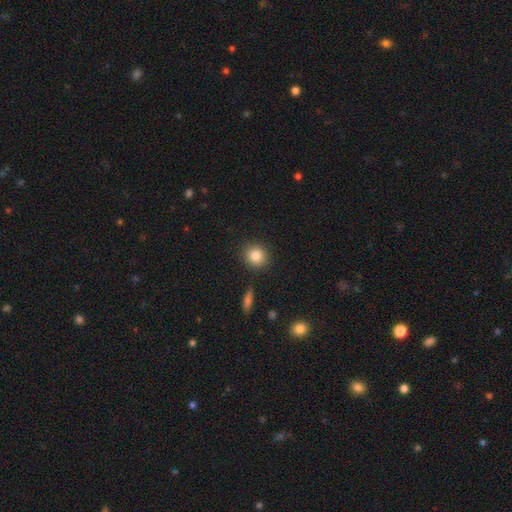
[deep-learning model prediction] Overall: smooth (84%). How rounded: round (89%). Merging: none (89%).